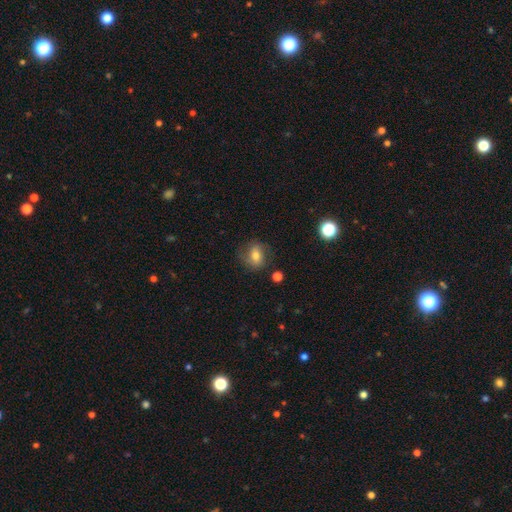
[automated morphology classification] A smooth galaxy with no disk features (60%) that is in between round and cigar-shaped (51%). Merging: none (71%).